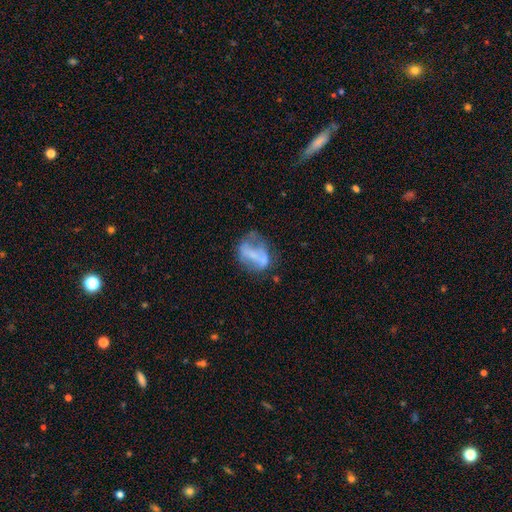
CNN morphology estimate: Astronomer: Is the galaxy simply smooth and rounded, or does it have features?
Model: featured or disk — 51% (runner-up: smooth, 39%).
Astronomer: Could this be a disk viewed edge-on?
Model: no — 96%.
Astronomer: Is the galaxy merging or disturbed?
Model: none — 40% (runner-up: major disturbance, 26%).